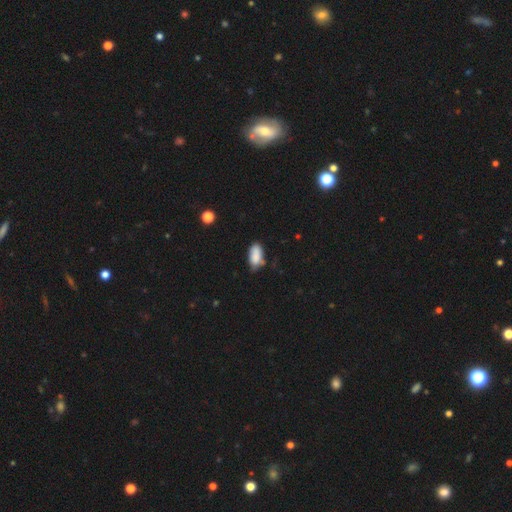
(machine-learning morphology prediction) A smooth galaxy with no disk features (85%) that is in between round and cigar-shaped (92%).

Vote fractions:
- Smooth or featured? smooth: 85% / star or artifact: 8% / featured or disk: 7%
- How rounded? in between: 92% / cigar-shaped: 5% / round: 3%
- Merging? none: 57% / minor disturbance: 31% / major disturbance: 6% / merger: 5%